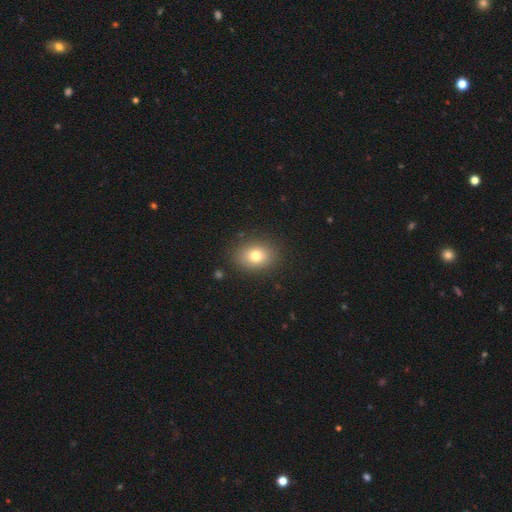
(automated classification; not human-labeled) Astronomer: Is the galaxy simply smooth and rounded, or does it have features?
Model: smooth — 76%.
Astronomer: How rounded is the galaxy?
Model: in between — 56% (runner-up: round, 43%).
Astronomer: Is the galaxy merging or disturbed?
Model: none — 87%.